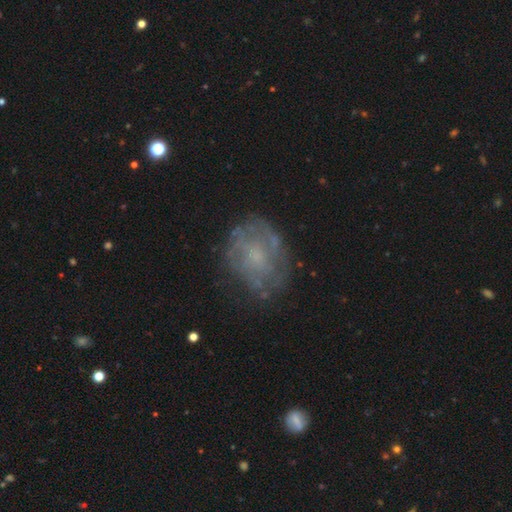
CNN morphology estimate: Overall: featured or disk (59%; smooth 29%). Edge-on disk: no (97%). Bar: no (80%). Spiral arms: yes (51%; no 49%). Bulge size: small (45%; moderate 28%). Merging: none (67%).